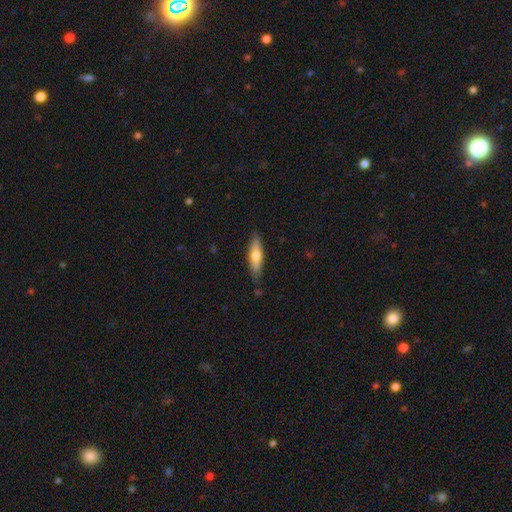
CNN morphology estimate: This is likely a smooth galaxy (60%). How rounded: likely cigar-shaped (66%). Merging: clearly none (85%).